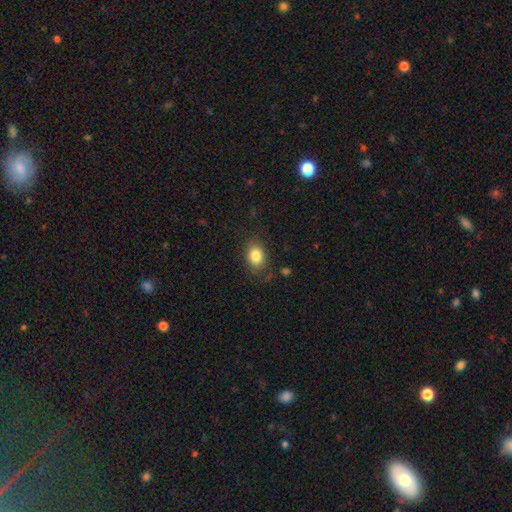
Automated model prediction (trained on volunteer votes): This appears to be a smooth galaxy with no disk features (83%) that is in between round and cigar-shaped (70%). Merging: none (81%).